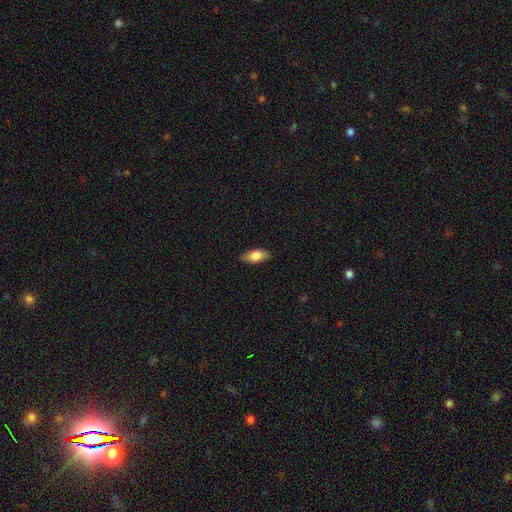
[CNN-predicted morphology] smooth 79%, featured or disk 14%, star or artifact 7%. Down the decision tree: how rounded — in between (84%); merging — none (84%).